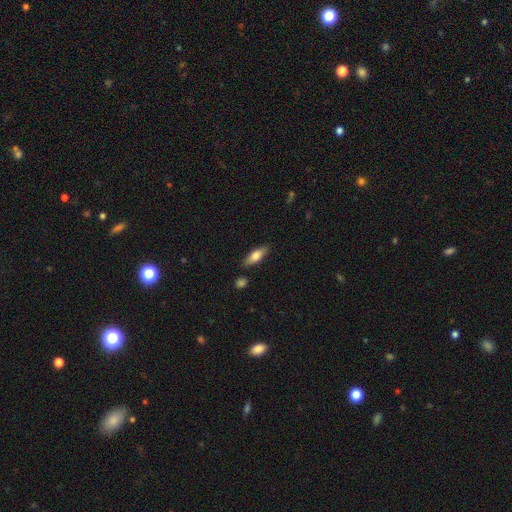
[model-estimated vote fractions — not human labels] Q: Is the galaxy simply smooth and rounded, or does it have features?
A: smooth — 67%.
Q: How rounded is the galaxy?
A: in between — 58%.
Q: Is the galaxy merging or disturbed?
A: none — 82%.